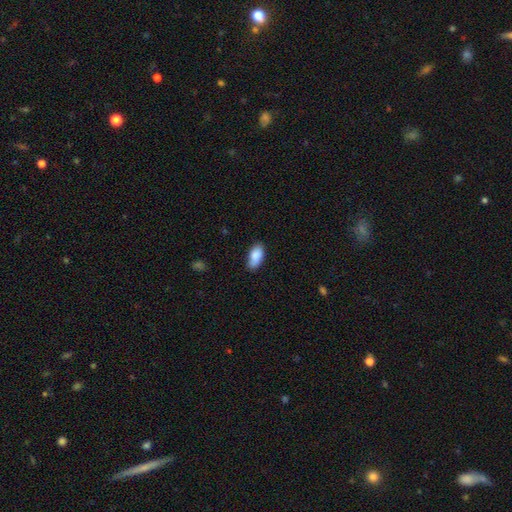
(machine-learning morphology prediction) This is clearly a smooth galaxy (86%). How rounded: clearly in between (92%). Merging: likely none (71%).